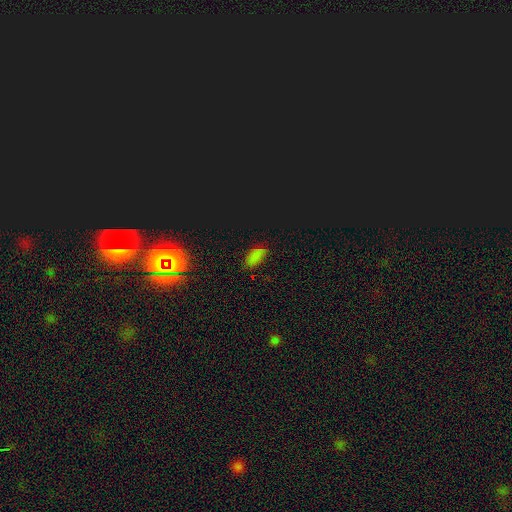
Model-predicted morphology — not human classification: This is likely a smooth galaxy (61%). How rounded: clearly in between (90%). Merging: likely none (70%).